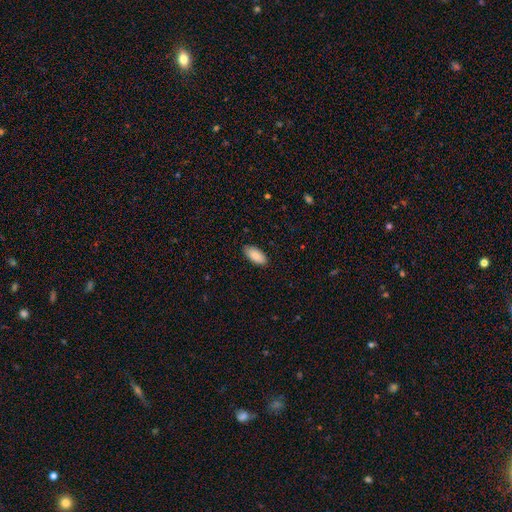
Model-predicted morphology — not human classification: smooth 89%, star or artifact 6%, featured or disk 5%. Down the decision tree: how rounded — in between (92%); merging — none (87%).